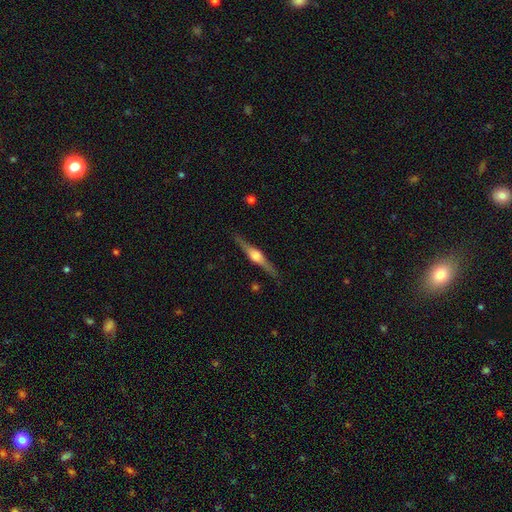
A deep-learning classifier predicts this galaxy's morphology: Smooth or featured: featured or disk — 80% (smooth — 15%)
Edge-on disk: yes — 98% (no — 2%)
Edge-on bulge: rounded — 88% (boxy — 10%)
Merging: none — 89% (minor disturbance — 8%)